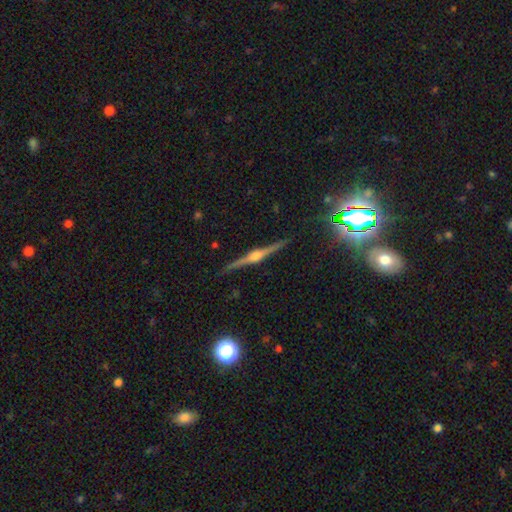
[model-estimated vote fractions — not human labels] A featured or disk galaxy (86%) viewed edge-on (98%) with a rounded central bulge (91%).

Vote fractions:
- Smooth or featured? featured or disk: 86% / star or artifact: 8% / smooth: 7%
- Edge-on disk? yes: 98% / no: 2%
- Edge-on bulge? rounded: 91% / boxy: 7% / none: 2%
- Merging? none: 92% / minor disturbance: 6% / major disturbance: 1% / merger: 1%